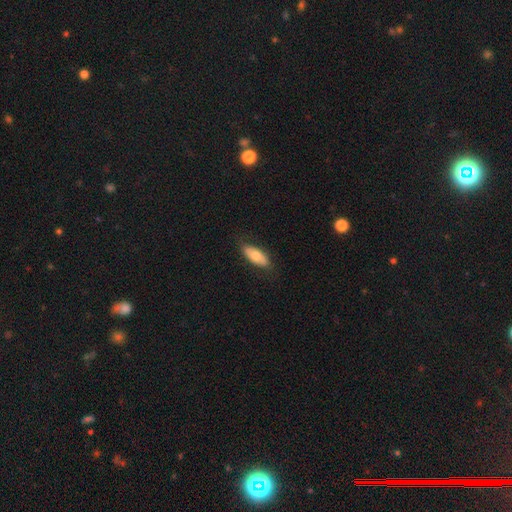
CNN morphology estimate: Smooth or featured? Predicted: smooth (p=0.69). How rounded? Predicted: in between (p=0.80). Merging? Predicted: none (p=0.80).